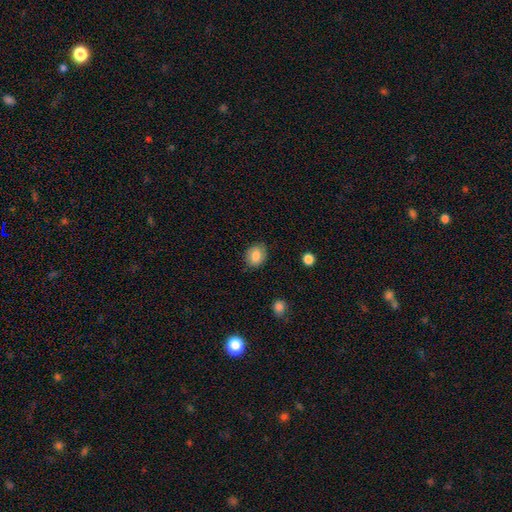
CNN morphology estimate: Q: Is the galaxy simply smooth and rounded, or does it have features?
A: smooth — 79%.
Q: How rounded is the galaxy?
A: in between — 56%.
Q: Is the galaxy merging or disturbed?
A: none — 80%.